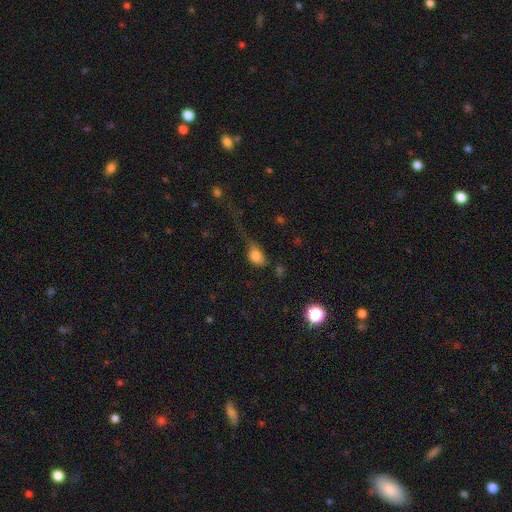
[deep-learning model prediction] A smooth galaxy with no disk features (78%) that is in between round and cigar-shaped (75%). Merging: major disturbance (45%).